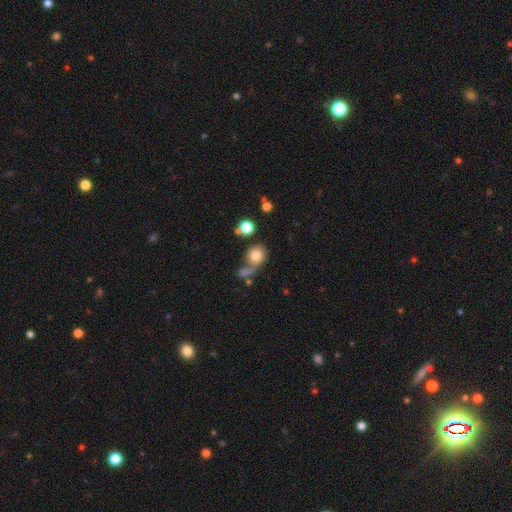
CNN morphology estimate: Smooth or featured? Predicted: smooth (p=0.77). How rounded? Predicted: round (p=0.75). Merging? Predicted: none (p=0.44).